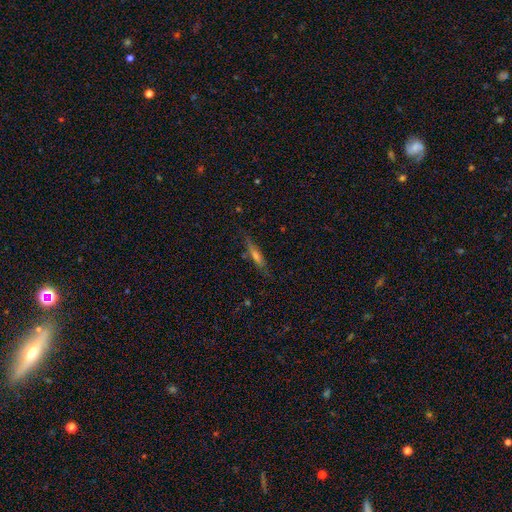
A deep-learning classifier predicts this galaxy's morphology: Q: Smooth or featured?
A: featured or disk (52%); runner-up: smooth (38%)
Q: Edge-on disk?
A: yes (90%); runner-up: no (10%)
Q: Merging?
A: none (79%); runner-up: minor disturbance (15%)